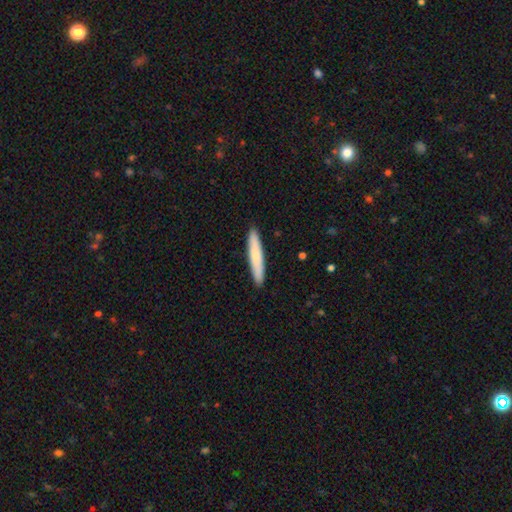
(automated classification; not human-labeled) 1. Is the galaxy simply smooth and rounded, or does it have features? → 76% smooth, 19% featured or disk, 5% star or artifact.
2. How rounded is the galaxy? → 93% cigar-shaped, 6% in between, 1% round.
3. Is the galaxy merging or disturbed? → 92% none, 6% minor disturbance, 1% major disturbance, 1% merger.